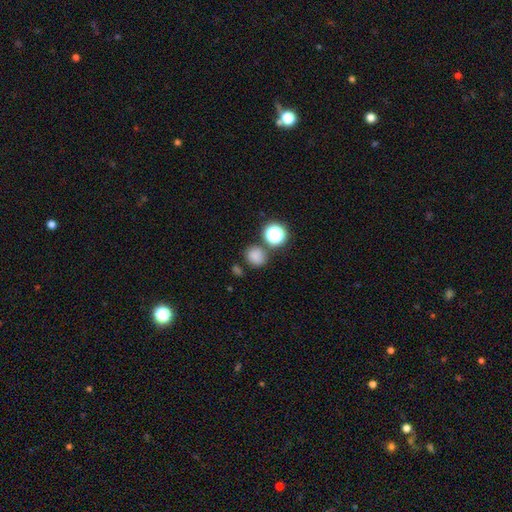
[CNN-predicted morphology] smooth-or-featured: smooth: 77% | star or artifact: 17% | featured or disk: 6%
  how-rounded: round: 75% | in between: 24% | cigar-shaped: 1%
  merging: none: 73% | minor disturbance: 12% | merger: 11% | major disturbance: 4%